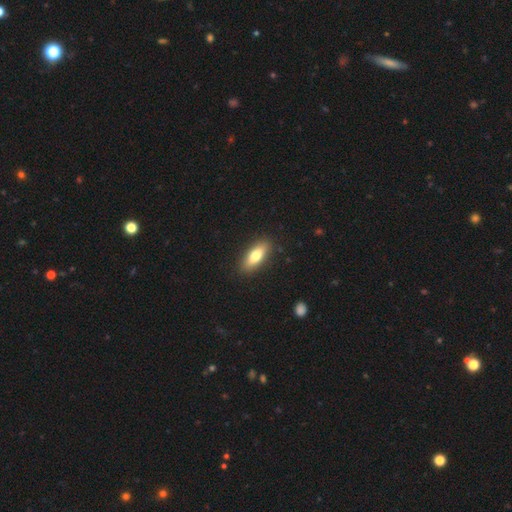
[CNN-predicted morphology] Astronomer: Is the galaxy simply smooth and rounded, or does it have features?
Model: smooth — 75%.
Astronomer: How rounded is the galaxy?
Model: in between — 68%.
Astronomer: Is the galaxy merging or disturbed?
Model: none — 88%.